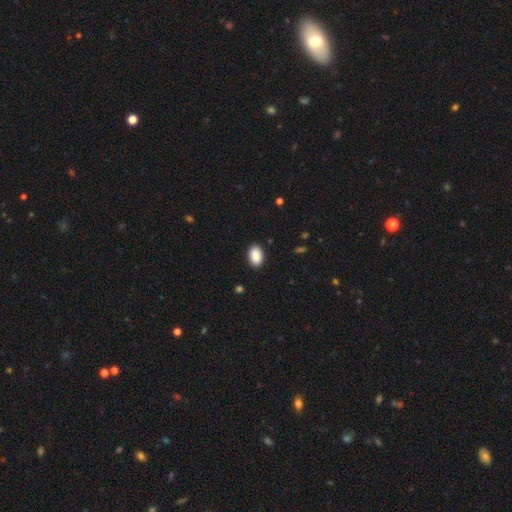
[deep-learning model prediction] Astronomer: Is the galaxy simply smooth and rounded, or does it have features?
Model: smooth — 89%.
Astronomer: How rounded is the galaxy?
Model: in between — 88%.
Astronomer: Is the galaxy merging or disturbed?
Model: none — 90%.